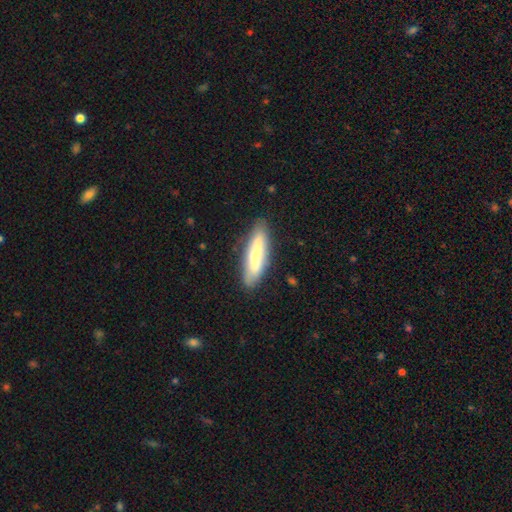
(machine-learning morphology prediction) A smooth galaxy with no disk features (64%) that is cigar-shaped (69%). Merging: none (81%).